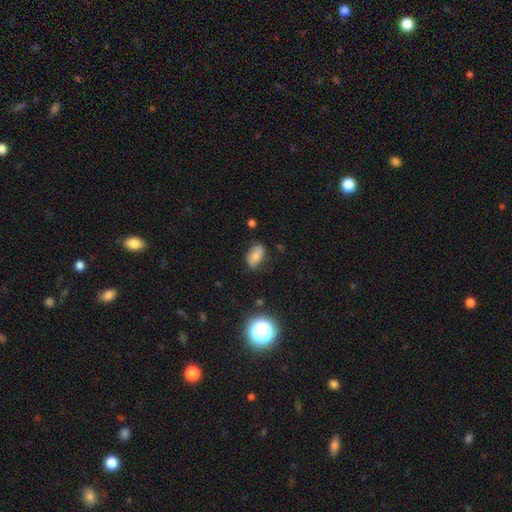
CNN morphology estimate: Smooth or featured? Predicted: smooth (p=0.67). How rounded? Predicted: in between (p=0.90). Merging? Predicted: none (p=0.69).